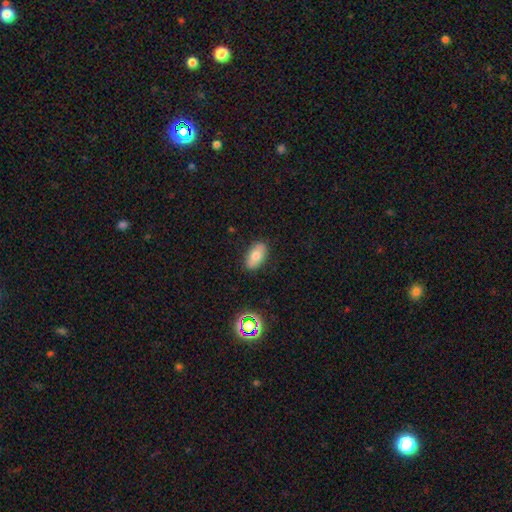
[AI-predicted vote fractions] This appears to be a smooth galaxy with no disk features (76%) that is in between round and cigar-shaped (91%). Merging: none (86%).